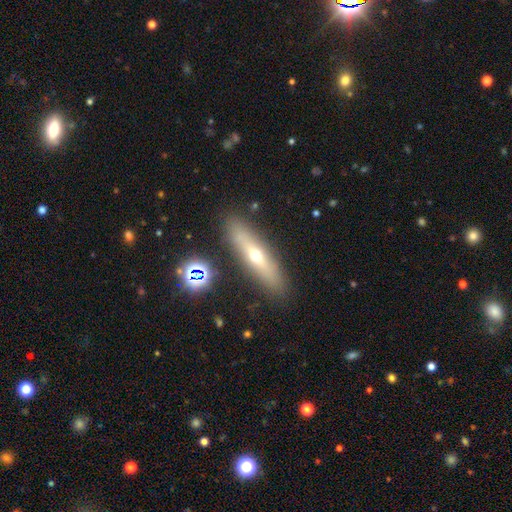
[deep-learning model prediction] featured or disk 48%, smooth 42%, star or artifact 10%. Down the decision tree: merging — none (86%).